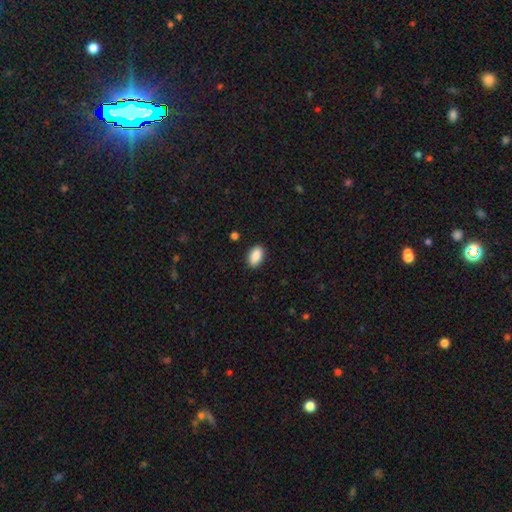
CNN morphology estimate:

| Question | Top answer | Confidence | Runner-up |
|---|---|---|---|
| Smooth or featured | smooth | 89% | star or artifact (7%) |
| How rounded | in between | 92% | round (5%) |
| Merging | none | 88% | minor disturbance (8%) |